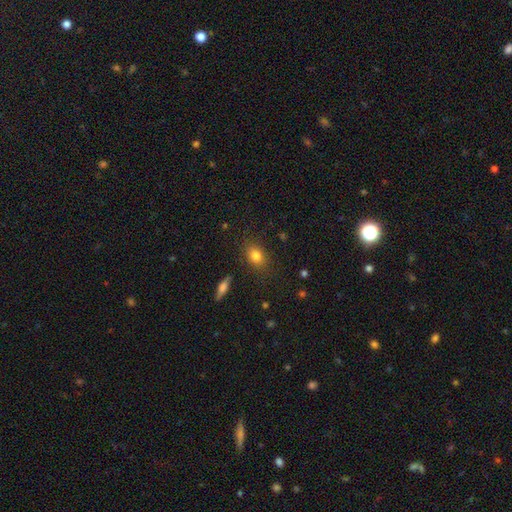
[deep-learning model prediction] Overall: smooth (81%). How rounded: in between (67%; round 31%). Merging: none (84%).